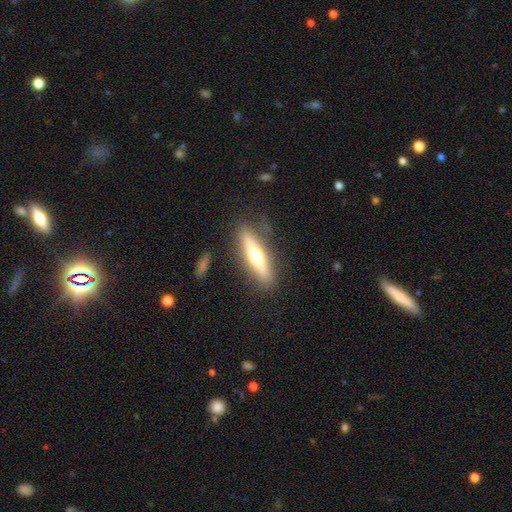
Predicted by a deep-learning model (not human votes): Smooth or featured? featured or disk (59%)
Edge-on disk? yes (91%)
Edge-on bulge? rounded (94%)
Merging? none (84%)